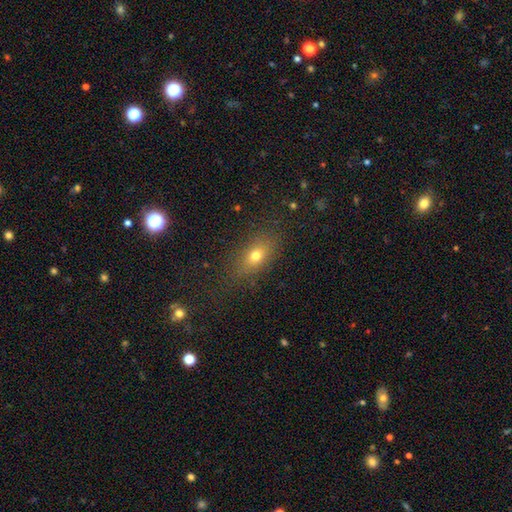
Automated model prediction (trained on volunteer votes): This is likely a smooth galaxy (71%). How rounded: likely in between (74%). Merging: likely none (79%).